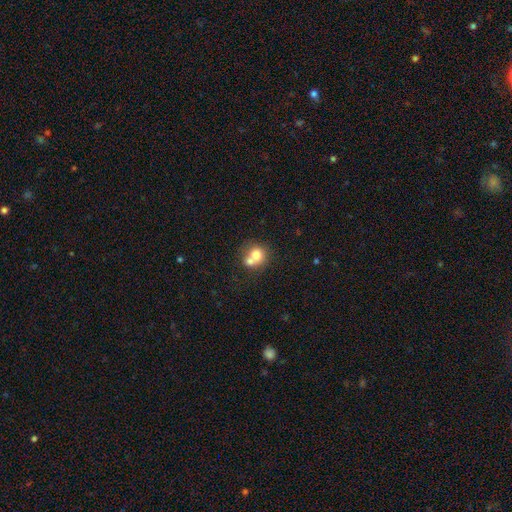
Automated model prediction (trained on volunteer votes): Smooth or featured? Predicted: smooth (p=0.72). How rounded? Predicted: round (p=0.79). Merging? Predicted: merger (p=0.56).